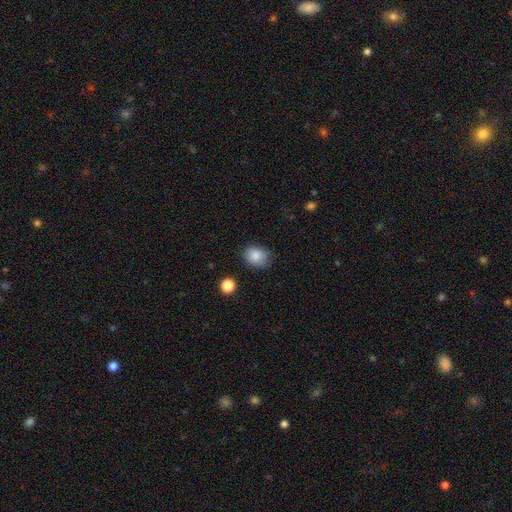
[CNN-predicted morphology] This appears to be a smooth galaxy with no disk features (85%) that is in between round and cigar-shaped (62%). Merging: none (78%).